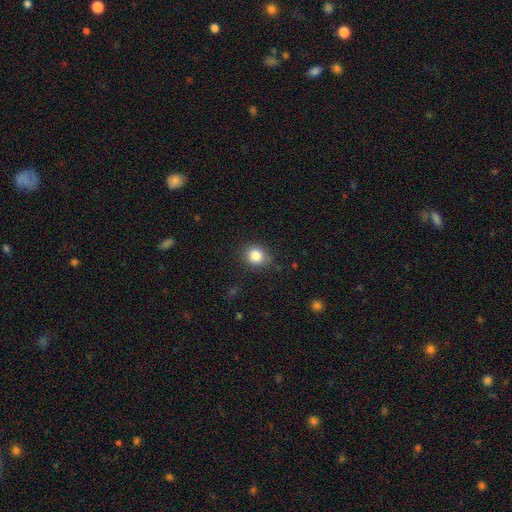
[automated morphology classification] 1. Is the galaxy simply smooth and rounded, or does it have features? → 84% smooth, 10% star or artifact, 6% featured or disk.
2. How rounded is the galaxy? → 71% round, 29% in between, 1% cigar-shaped.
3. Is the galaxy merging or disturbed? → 81% none, 14% minor disturbance, 3% major disturbance, 1% merger.